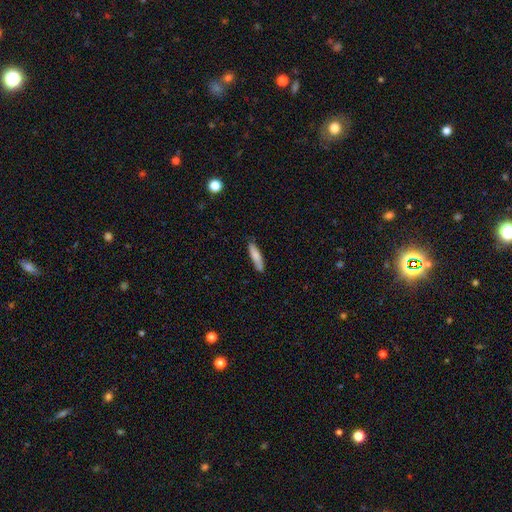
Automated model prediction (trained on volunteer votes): The model was most divided on "how rounded": cigar-shaped: 76%, in between: 22%, round: 1%. More confident: smooth or featured — smooth (80%); merging — none (80%).